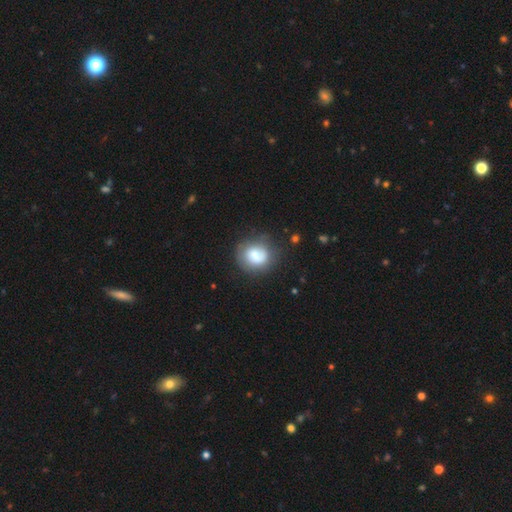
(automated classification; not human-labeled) Q: Smooth or featured?
A: smooth (61%); runner-up: featured or disk (30%)
Q: How rounded?
A: round (76%); runner-up: in between (23%)
Q: Merging?
A: none (65%); runner-up: minor disturbance (21%)